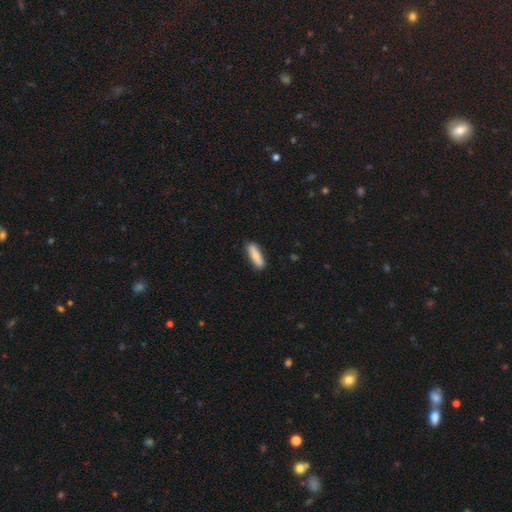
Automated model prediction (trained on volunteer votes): The model was most divided on "how rounded": cigar-shaped: 61%, in between: 37%, round: 2%. More confident: merging — none (84%); smooth or featured — smooth (77%).